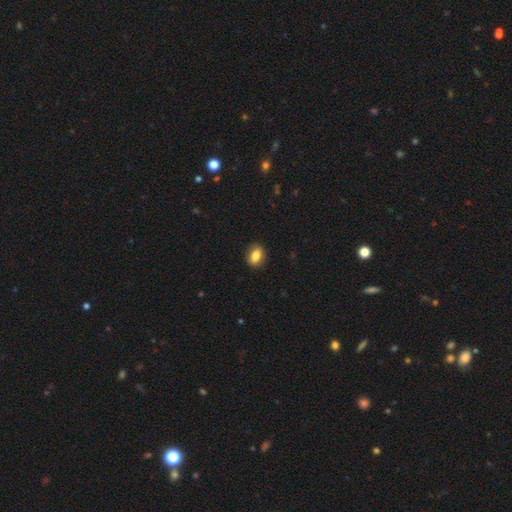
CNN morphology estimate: smooth-or-featured: smooth: 85% | star or artifact: 8% | featured or disk: 8%
  how-rounded: in between: 77% | round: 21% | cigar-shaped: 2%
  merging: none: 88% | minor disturbance: 9% | major disturbance: 2% | merger: 1%